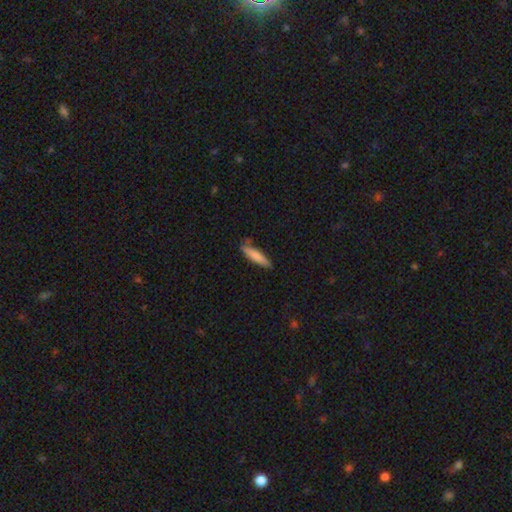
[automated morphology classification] A smooth galaxy with no disk features (80%) that is cigar-shaped (81%). Merging: none (76%).